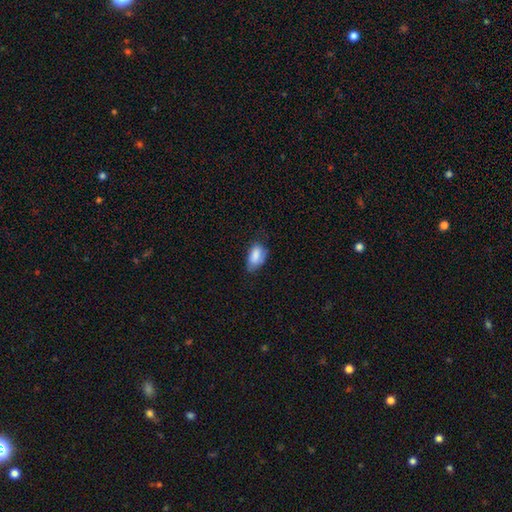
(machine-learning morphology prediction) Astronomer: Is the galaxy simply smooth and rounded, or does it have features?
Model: smooth — 83%.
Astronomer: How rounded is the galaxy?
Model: in between — 92%.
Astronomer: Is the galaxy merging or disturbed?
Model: none — 51% (runner-up: minor disturbance, 37%).